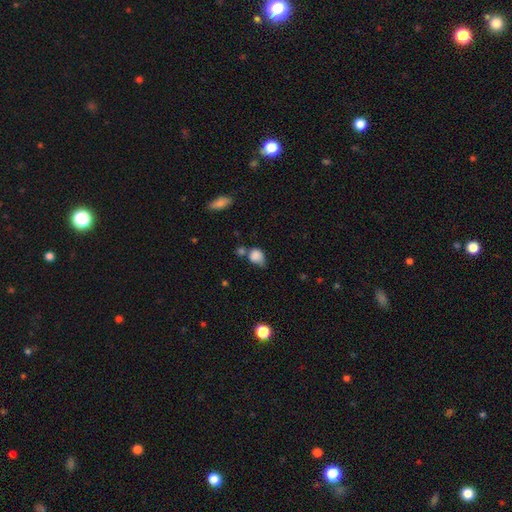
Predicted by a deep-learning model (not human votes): Morphology: type=smooth (82%); roundness=in between (57%); merging=none (33%).